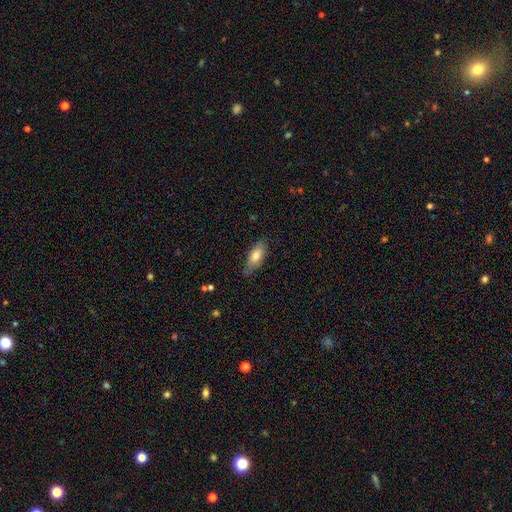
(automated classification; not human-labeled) This appears to be a smooth galaxy with no disk features (73%) that is in between round and cigar-shaped (74%). Merging: none (75%).